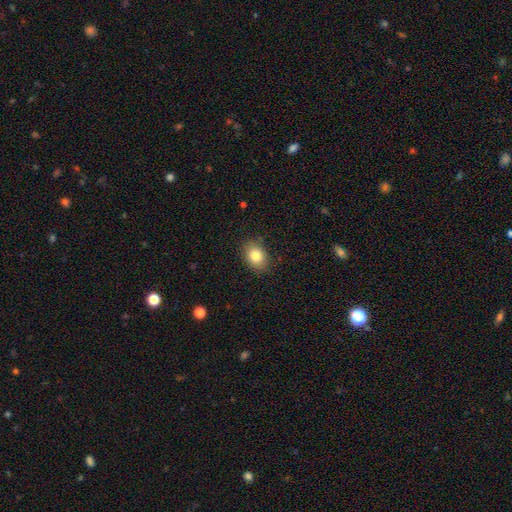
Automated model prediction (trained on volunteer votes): Smooth or featured? Predicted: smooth (p=0.82). How rounded? Predicted: in between (p=0.62). Merging? Predicted: none (p=0.86).